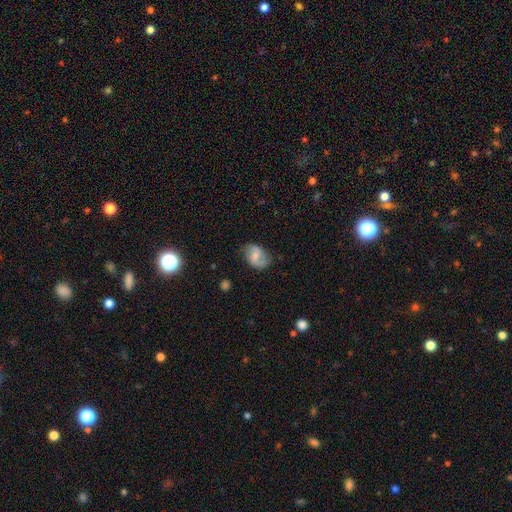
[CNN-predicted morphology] This is possibly a featured or disk galaxy (53%). It is clearly not viewed edge-on (97%). Bar: possibly weak (48%). Spiral arm pattern: clearly yes (85%). Central bulge: possibly small (49%). Merging: likely none (72%).